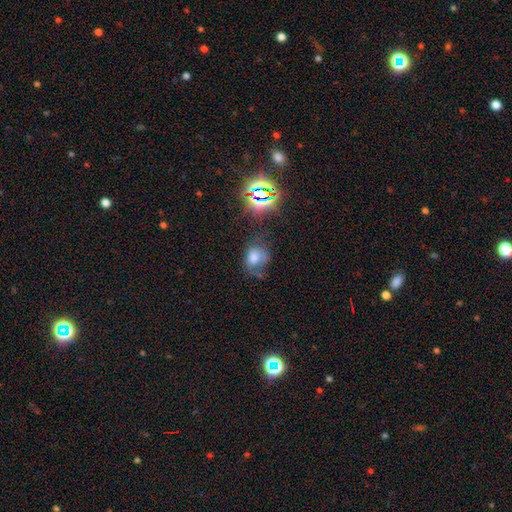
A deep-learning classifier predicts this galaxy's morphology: This appears to be a smooth galaxy with no disk features (48%). Merging: none (46%).